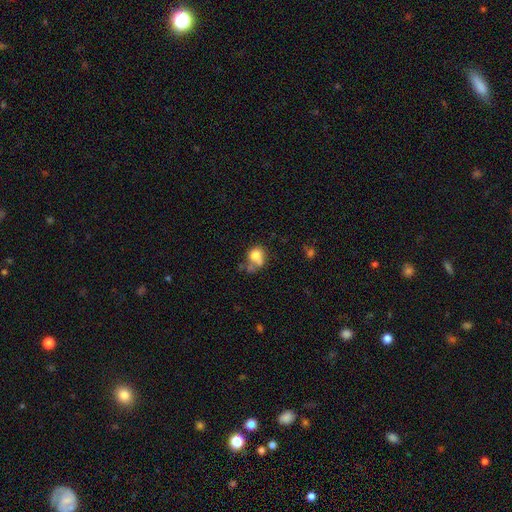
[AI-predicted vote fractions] smooth 73%, featured or disk 16%, star or artifact 11%. Down the decision tree: how rounded — round (58%); merging — merger (33%).